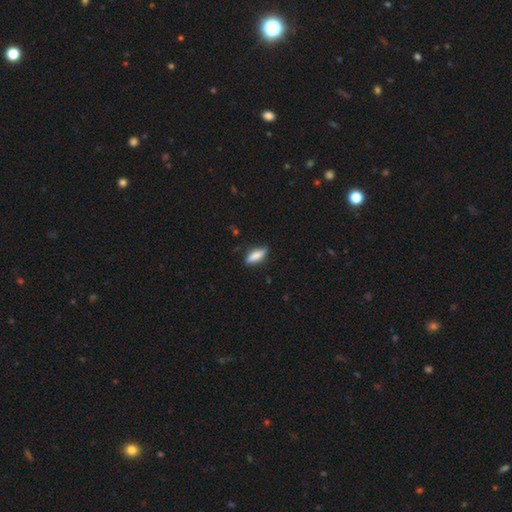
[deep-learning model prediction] A smooth galaxy with no disk features (77%) that is in between round and cigar-shaped (54%). Merging: none (83%).